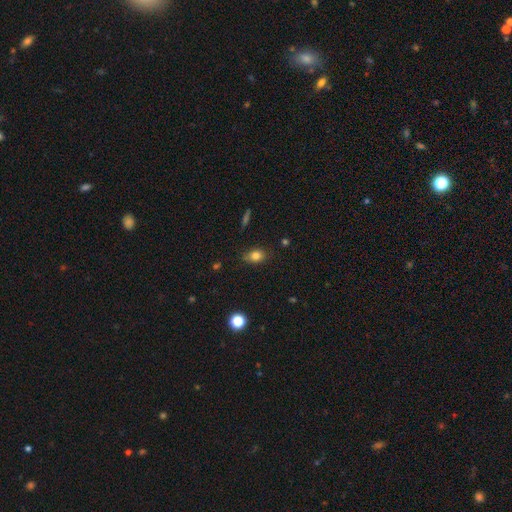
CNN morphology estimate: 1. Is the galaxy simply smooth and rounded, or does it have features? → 81% smooth, 11% star or artifact, 8% featured or disk.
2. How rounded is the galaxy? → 69% in between, 29% round, 2% cigar-shaped.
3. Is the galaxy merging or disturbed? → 76% none, 19% minor disturbance, 4% major disturbance, 2% merger.